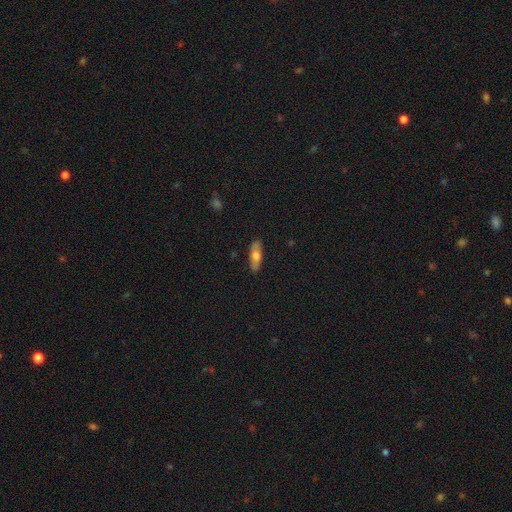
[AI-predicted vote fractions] Overall: smooth (64%; featured or disk 30%). How rounded: in between (61%; cigar-shaped 36%). Merging: none (86%).